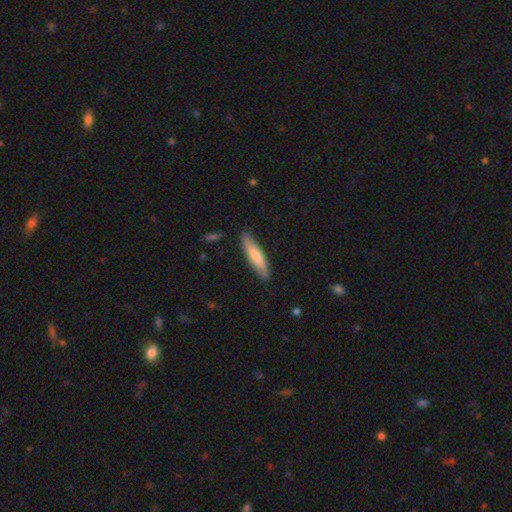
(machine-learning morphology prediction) type=smooth (65%); roundness=cigar-shaped (84%); merging=none (87%).